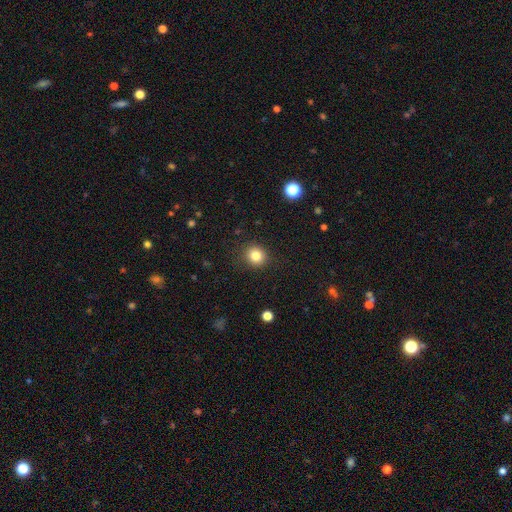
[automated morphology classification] A smooth galaxy with no disk features (83%) that is round (86%). Merging: none (89%).